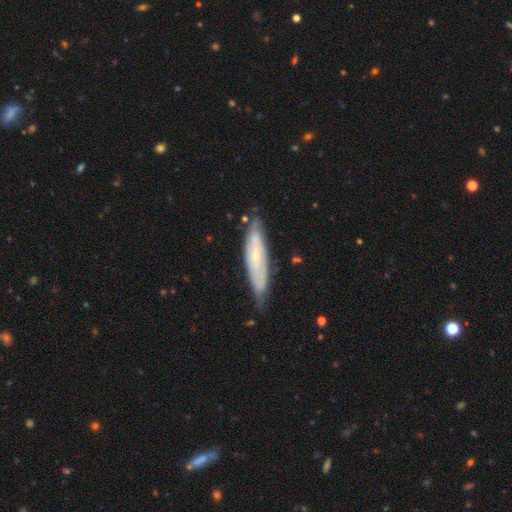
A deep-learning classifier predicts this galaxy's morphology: type=featured or disk (65%); edge-on=no (62%); merging=none (67%).